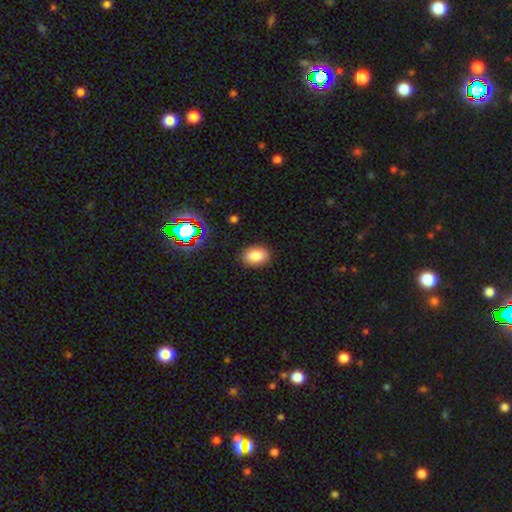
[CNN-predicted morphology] smooth-or-featured: smooth: 83% | star or artifact: 10% | featured or disk: 7%
  how-rounded: in between: 79% | round: 20% | cigar-shaped: 1%
  merging: none: 88% | minor disturbance: 8% | major disturbance: 2% | merger: 1%